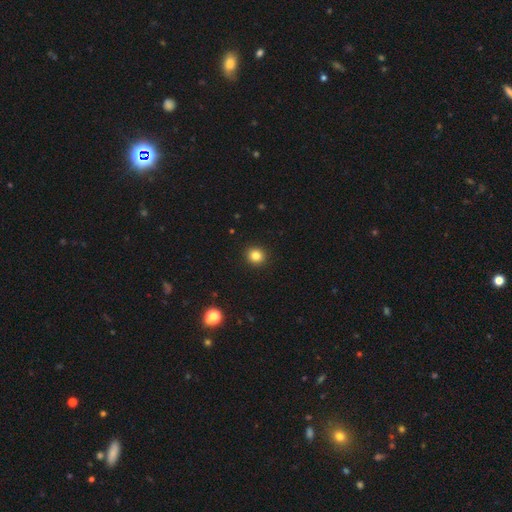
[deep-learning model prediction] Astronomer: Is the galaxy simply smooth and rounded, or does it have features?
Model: smooth — 83%.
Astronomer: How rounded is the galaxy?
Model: round — 89%.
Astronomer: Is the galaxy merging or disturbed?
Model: none — 93%.